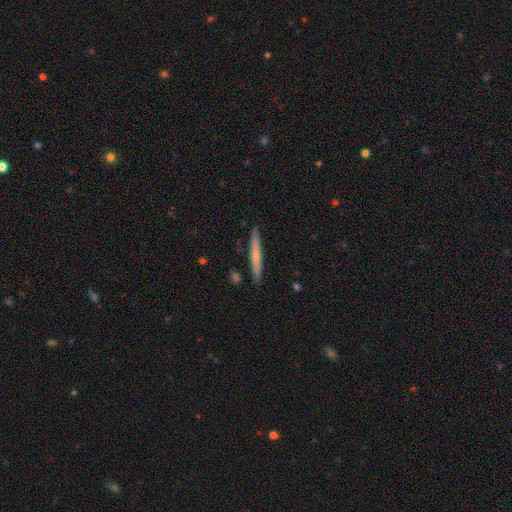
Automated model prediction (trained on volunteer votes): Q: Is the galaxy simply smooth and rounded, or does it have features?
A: smooth — 60%.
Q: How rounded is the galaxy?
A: cigar-shaped — 96%.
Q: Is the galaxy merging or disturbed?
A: none — 89%.